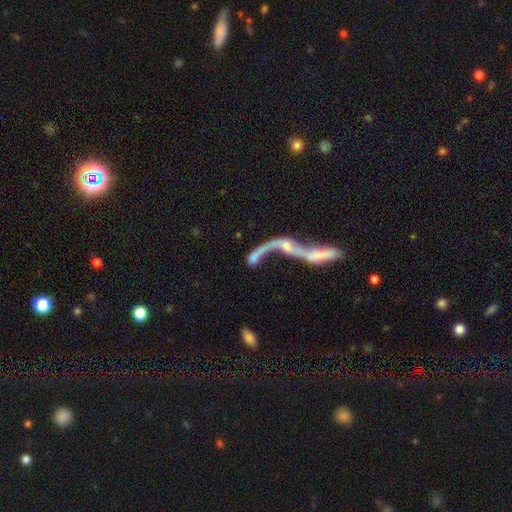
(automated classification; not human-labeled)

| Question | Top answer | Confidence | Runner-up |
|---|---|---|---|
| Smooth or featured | featured or disk | 62% | smooth (28%) |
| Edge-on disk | no | 86% | yes (14%) |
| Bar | no | 63% | weak (25%) |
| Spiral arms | yes | 55% | no (45%) |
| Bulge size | none | 40% | small (29%) |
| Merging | merger | 62% | major disturbance (17%) |